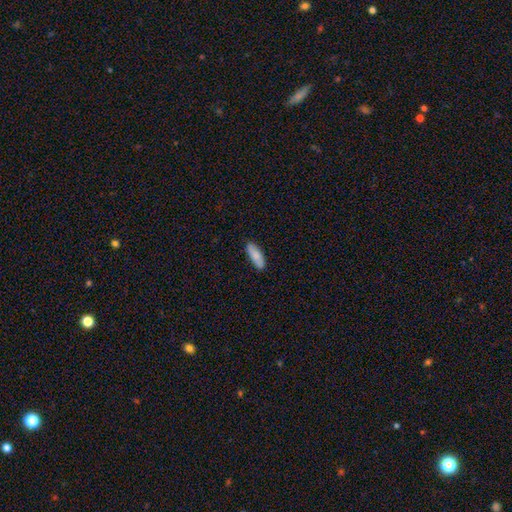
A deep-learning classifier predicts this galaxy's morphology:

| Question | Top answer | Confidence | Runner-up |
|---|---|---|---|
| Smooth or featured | smooth | 85% | featured or disk (9%) |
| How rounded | in between | 62% | cigar-shaped (36%) |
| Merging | none | 88% | minor disturbance (9%) |